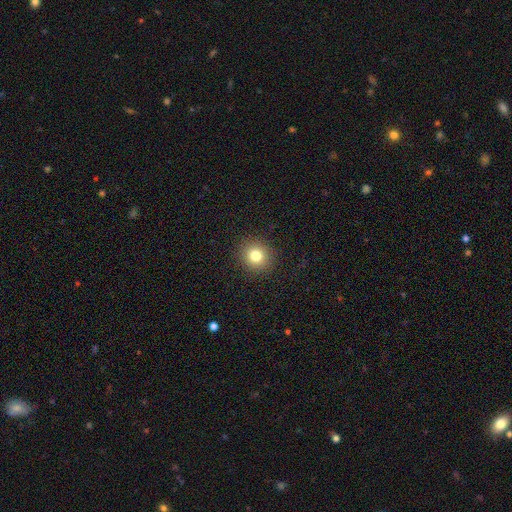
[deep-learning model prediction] Smooth or featured? Predicted: smooth (p=0.80). How rounded? Predicted: round (p=0.88). Merging? Predicted: none (p=0.91).